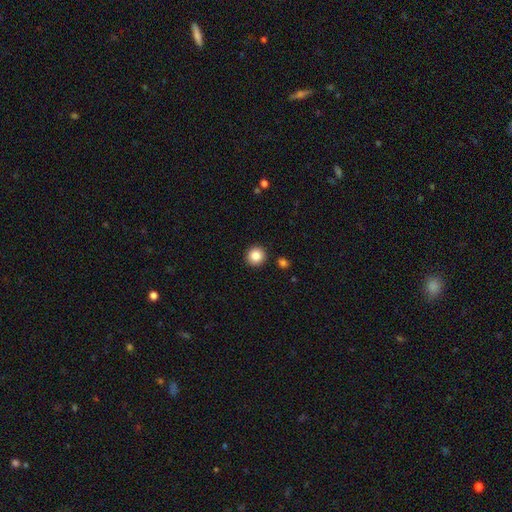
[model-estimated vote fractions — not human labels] smooth 86%, star or artifact 9%, featured or disk 4%. Down the decision tree: how rounded — round (93%); merging — none (91%).